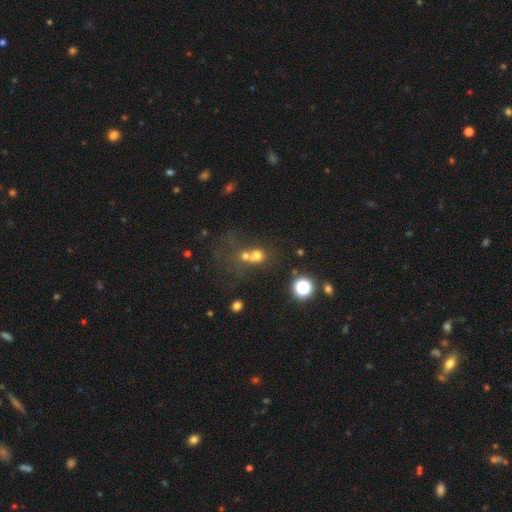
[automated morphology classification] Overall: smooth (54%; star or artifact 30%). How rounded: round (77%). Merging: merger (48%; none 37%).